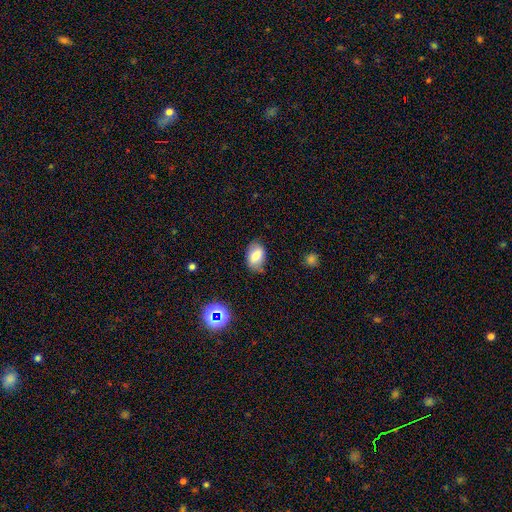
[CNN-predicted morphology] This is likely a smooth galaxy (74%). How rounded: clearly in between (86%). Merging: likely none (73%).